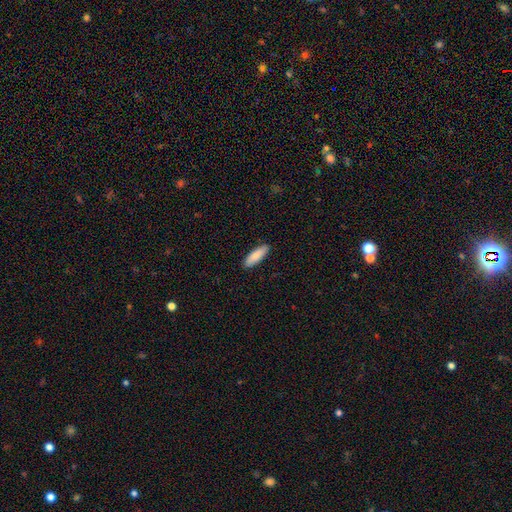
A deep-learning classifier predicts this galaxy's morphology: Smooth or featured?
  - smooth: 87% *
  - featured or disk: 8%
  - star or artifact: 5%
How rounded?
  - in between: 49% * (tied)
  - cigar-shaped: 49% * (tied)
  - round: 2%
Merging?
  - none: 90% *
  - minor disturbance: 7%
  - major disturbance: 1%
  - merger: 1%